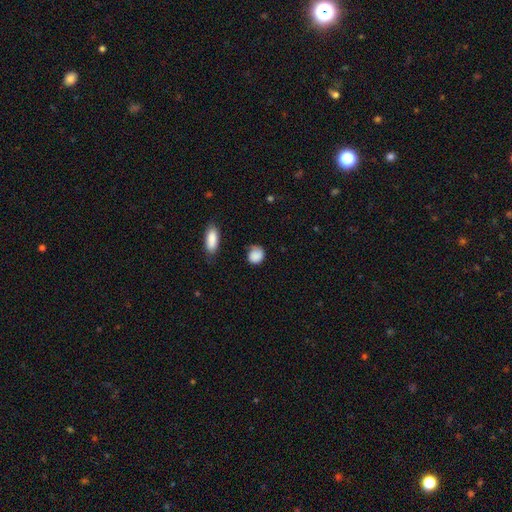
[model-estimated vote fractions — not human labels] The model was most divided on "merging": none: 61%, minor disturbance: 27%, major disturbance: 8%, merger: 3%. More confident: smooth or featured — smooth (85%); how rounded — round (72%).